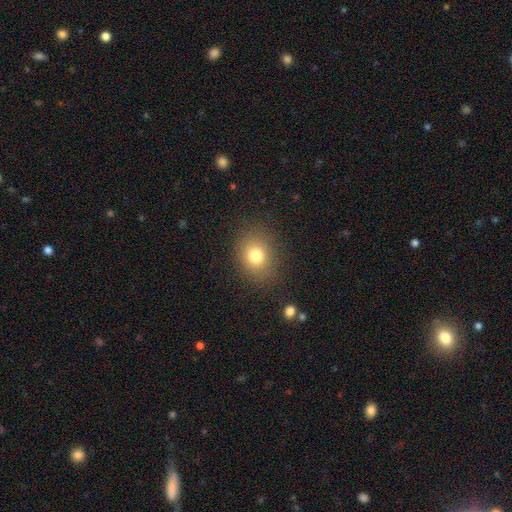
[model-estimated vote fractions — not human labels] A smooth galaxy with no disk features (77%) that is round (57%). Merging: none (84%).